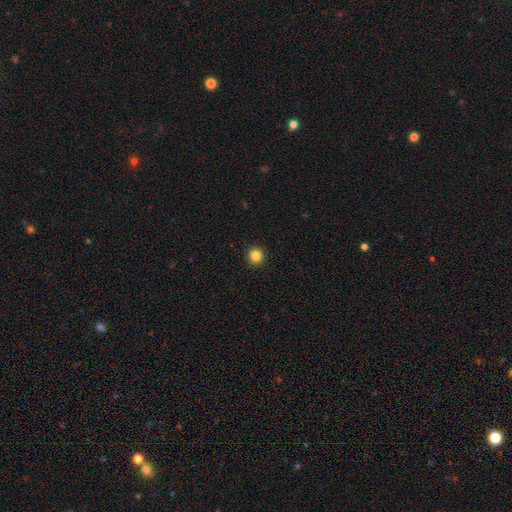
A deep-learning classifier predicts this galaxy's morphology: Overall: smooth (85%). How rounded: round (94%). Merging: none (93%).